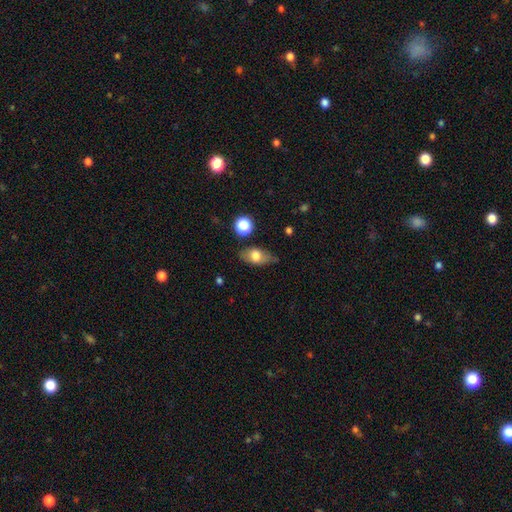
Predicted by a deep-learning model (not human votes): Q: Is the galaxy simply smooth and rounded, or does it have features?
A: smooth — 67%.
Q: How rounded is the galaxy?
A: in between — 83%.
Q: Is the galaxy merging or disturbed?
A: none — 71%.